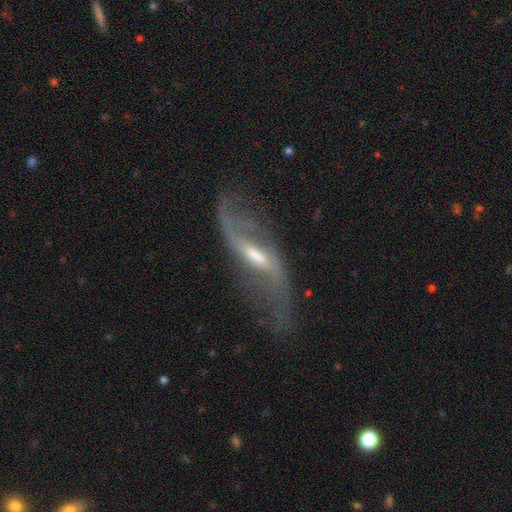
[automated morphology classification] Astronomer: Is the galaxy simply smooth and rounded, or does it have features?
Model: featured or disk — 86%.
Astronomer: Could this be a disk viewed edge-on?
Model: no — 84%.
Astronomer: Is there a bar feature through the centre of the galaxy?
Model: strong — 43%, tied with weak at 43%.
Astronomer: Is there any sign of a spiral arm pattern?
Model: yes — 93%.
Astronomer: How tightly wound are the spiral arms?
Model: loose — 84%.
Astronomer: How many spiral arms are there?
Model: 2 — 90%.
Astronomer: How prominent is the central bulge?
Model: moderate — 48% (runner-up: small, 35%).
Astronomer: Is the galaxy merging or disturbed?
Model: none — 59%.